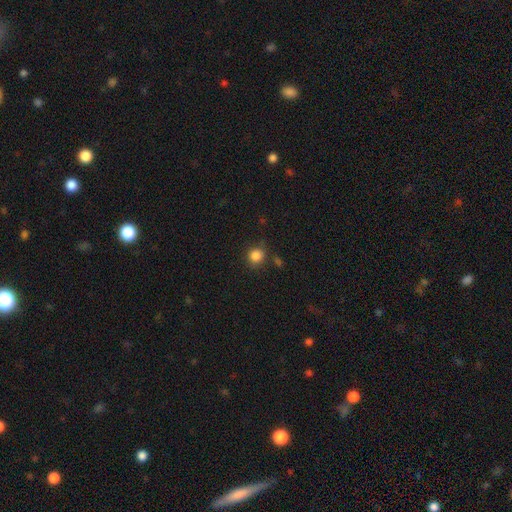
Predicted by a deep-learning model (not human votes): Smooth or featured: smooth — 85% (star or artifact — 11%)
How rounded: round — 84% (in between — 15%)
Merging: none — 79% (minor disturbance — 13%)